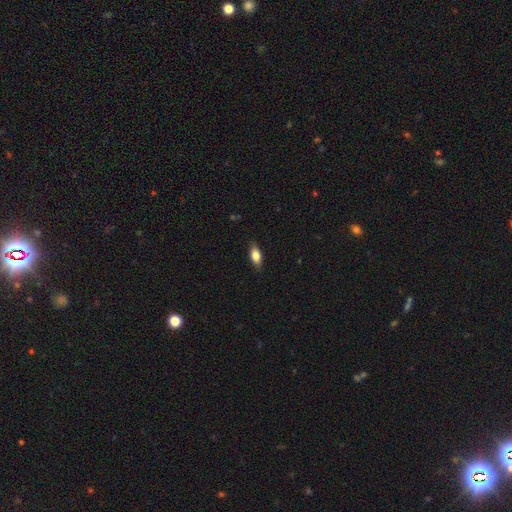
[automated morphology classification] Smooth or featured? smooth (78%)
How rounded? in between (83%)
Merging? none (85%)